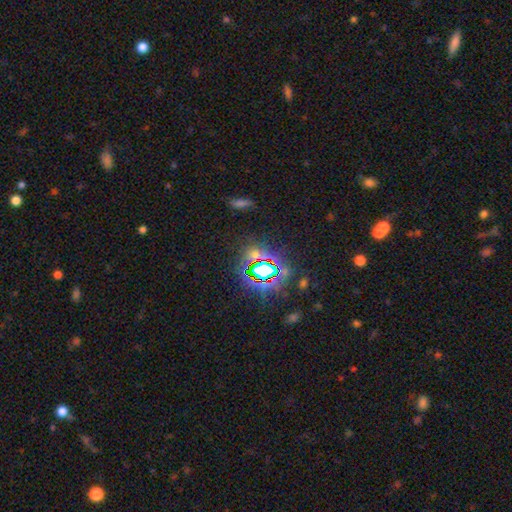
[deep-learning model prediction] smooth-or-featured: star or artifact: 70% | smooth: 20% | featured or disk: 10%